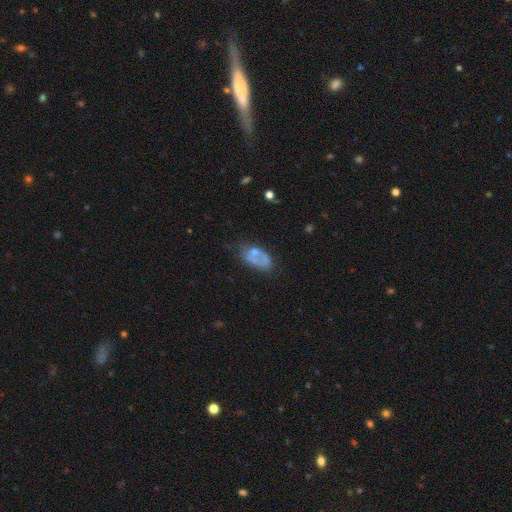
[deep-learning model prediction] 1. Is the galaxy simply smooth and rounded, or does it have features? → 46% smooth, 43% featured or disk, 11% star or artifact.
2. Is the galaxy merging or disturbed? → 35% none, 25% major disturbance, 23% minor disturbance, 17% merger.